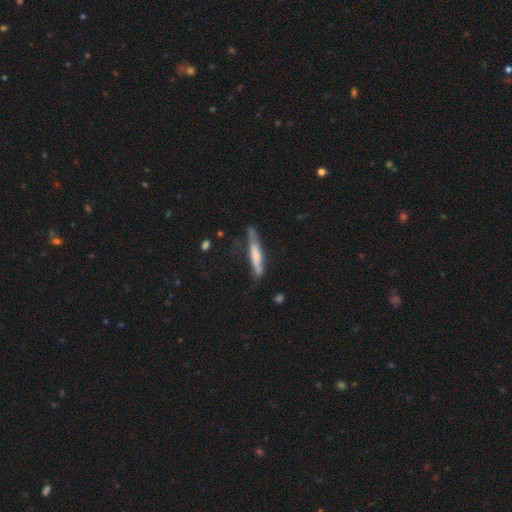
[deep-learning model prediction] Smooth or featured?
  - smooth: 53% *
  - featured or disk: 41%
  - star or artifact: 6%
How rounded?
  - cigar-shaped: 89% *
  - in between: 10%
  - round: 2%
Merging?
  - none: 53% *
  - minor disturbance: 30%
  - major disturbance: 12%
  - merger: 5%